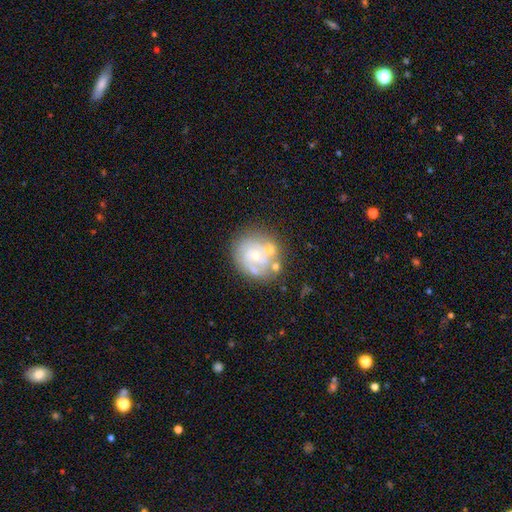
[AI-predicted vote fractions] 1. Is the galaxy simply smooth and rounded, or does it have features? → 67% featured or disk, 24% smooth, 9% star or artifact.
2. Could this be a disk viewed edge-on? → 98% no, 2% yes.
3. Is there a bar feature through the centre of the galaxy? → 81% no, 16% weak, 3% strong.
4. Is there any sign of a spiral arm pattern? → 64% yes, 36% no.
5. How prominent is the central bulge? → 59% small, 35% moderate, 3% none, 2% large, 1% dominant.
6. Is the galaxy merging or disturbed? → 56% none, 18% minor disturbance, 15% merger, 11% major disturbance.